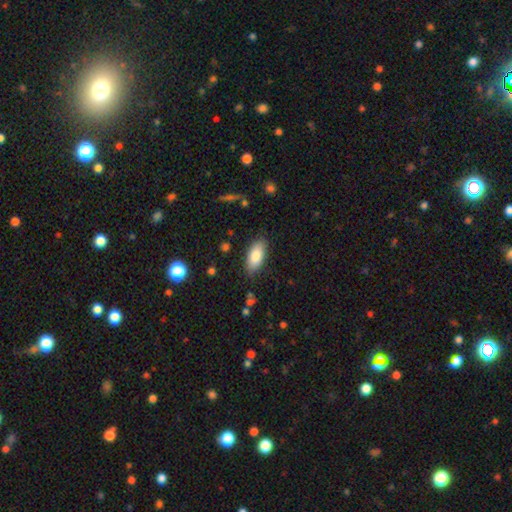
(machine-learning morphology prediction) Smooth or featured? smooth (84%)
How rounded? in between (88%)
Merging? none (84%)